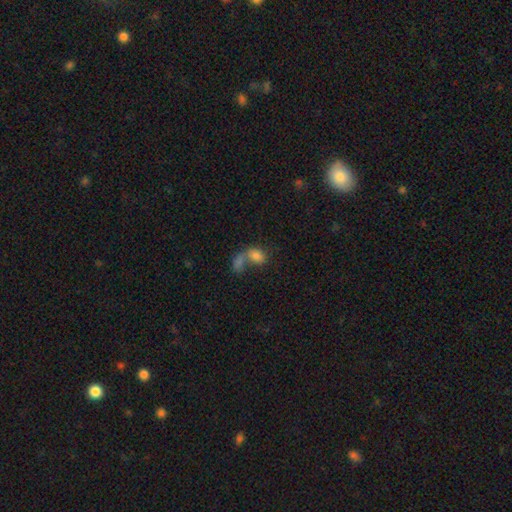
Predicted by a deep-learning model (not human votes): Smooth or featured? Predicted: smooth (p=0.77). How rounded? Predicted: in between (p=0.80). Merging? Predicted: merger (p=0.67).